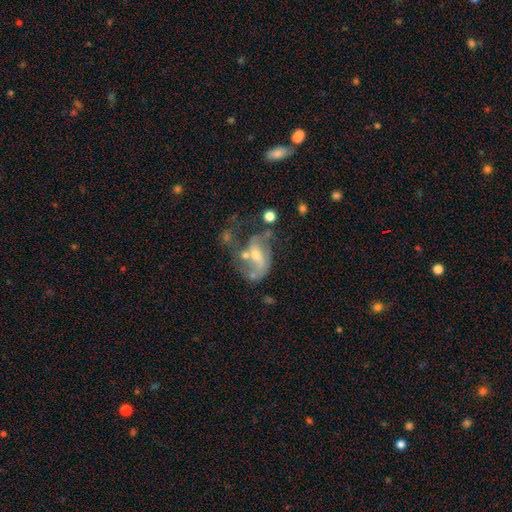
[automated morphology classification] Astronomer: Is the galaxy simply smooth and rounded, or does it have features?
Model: featured or disk — 71%.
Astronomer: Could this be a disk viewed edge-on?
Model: no — 96%.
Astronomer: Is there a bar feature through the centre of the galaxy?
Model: weak — 42% (runner-up: no, 40%).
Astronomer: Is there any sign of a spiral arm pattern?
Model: yes — 72%.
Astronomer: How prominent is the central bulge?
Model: small — 44% (runner-up: moderate, 43%).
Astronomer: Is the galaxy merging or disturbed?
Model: major disturbance — 34% (runner-up: none, 28%).